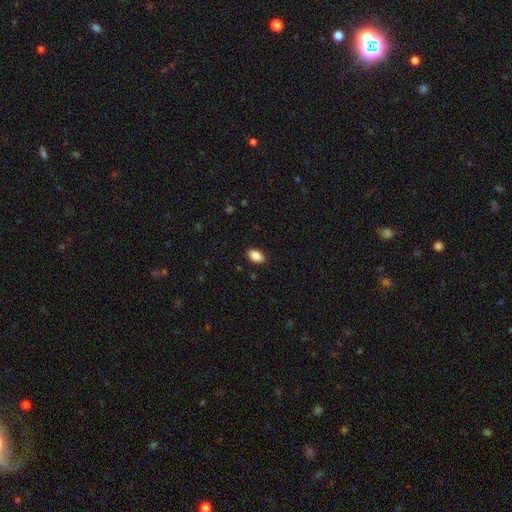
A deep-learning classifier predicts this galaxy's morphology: Q: Smooth or featured?
A: smooth (88%); runner-up: star or artifact (8%)
Q: How rounded?
A: in between (90%); runner-up: round (8%)
Q: Merging?
A: none (88%); runner-up: minor disturbance (9%)